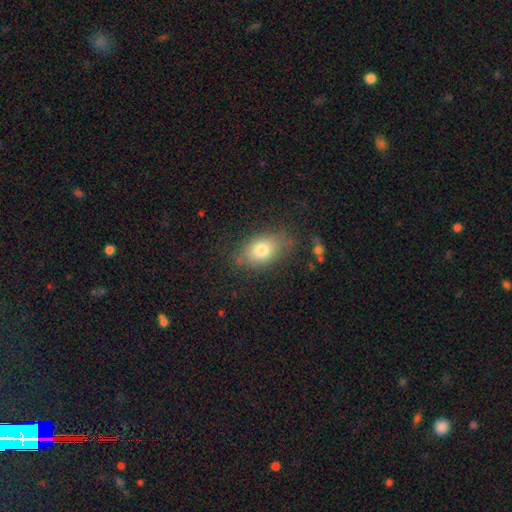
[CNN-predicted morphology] Smooth or featured? Predicted: smooth (p=0.73). How rounded? Predicted: in between (p=0.84). Merging? Predicted: none (p=0.80).